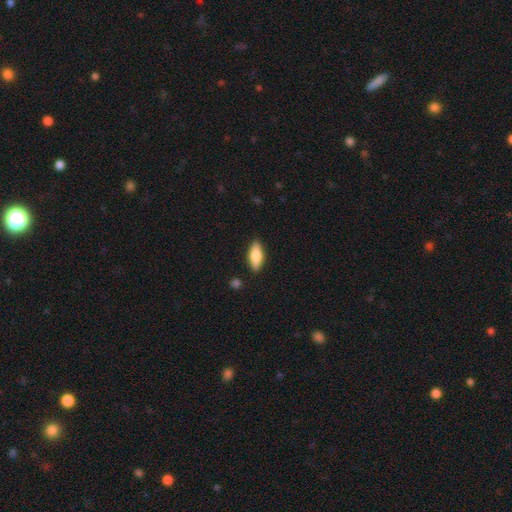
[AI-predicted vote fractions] Q: Smooth or featured?
A: smooth (74%); runner-up: featured or disk (21%)
Q: How rounded?
A: in between (74%); runner-up: cigar-shaped (24%)
Q: Merging?
A: none (88%); runner-up: minor disturbance (9%)